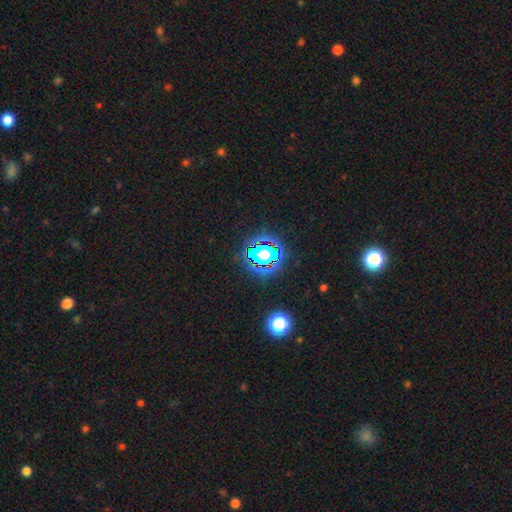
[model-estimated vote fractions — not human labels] A star or artifact, not a galaxy (80%).